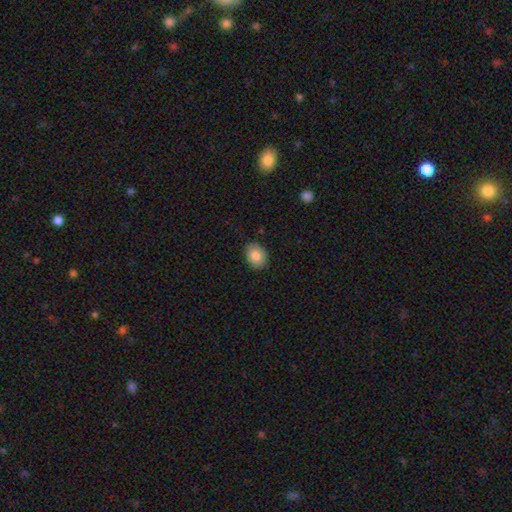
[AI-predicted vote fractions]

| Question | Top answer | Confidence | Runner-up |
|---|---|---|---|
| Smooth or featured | smooth | 83% | featured or disk (9%) |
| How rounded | in between | 55% | round (44%) |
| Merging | none | 85% | minor disturbance (12%) |